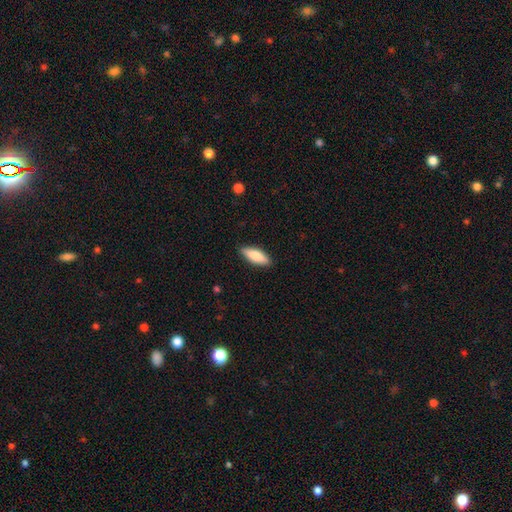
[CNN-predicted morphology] type=smooth (83%); roundness=in between (65%); merging=none (88%).